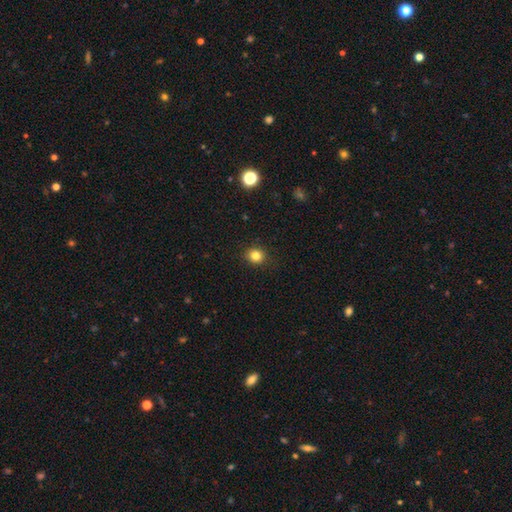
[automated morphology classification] Smooth or featured: smooth — 83% (star or artifact — 12%)
How rounded: round — 83% (in between — 16%)
Merging: none — 90% (minor disturbance — 7%)